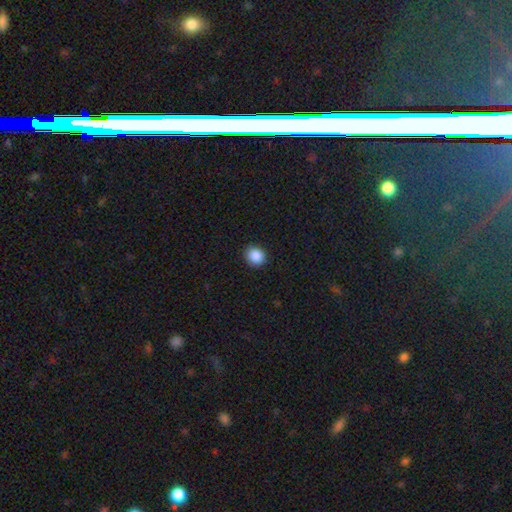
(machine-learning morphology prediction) The model was most divided on "how rounded": round: 82%, in between: 17%, cigar-shaped: 1%. More confident: merging — none (91%); smooth or featured — smooth (88%).